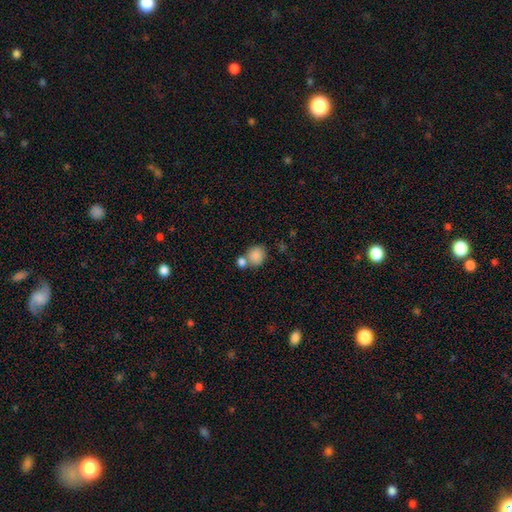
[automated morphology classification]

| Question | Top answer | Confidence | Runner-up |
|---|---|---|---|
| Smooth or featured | smooth | 86% | star or artifact (8%) |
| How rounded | round | 71% | in between (28%) |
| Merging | none | 48% | merger (38%) |